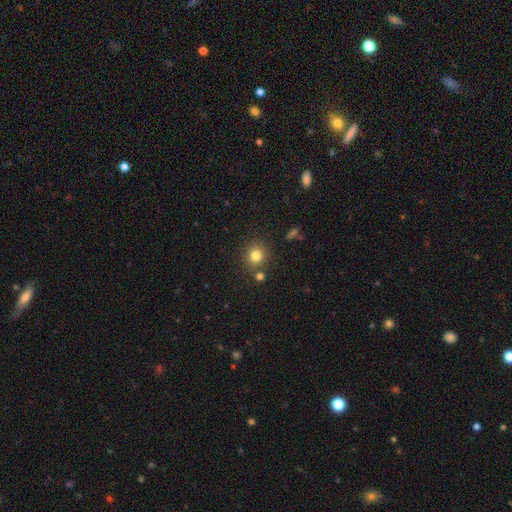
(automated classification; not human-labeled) Smooth or featured?
  - smooth: 81% *
  - star or artifact: 13%
  - featured or disk: 7%
How rounded?
  - round: 86% *
  - in between: 13%
  - cigar-shaped: 1%
Merging?
  - none: 80% *
  - minor disturbance: 9%
  - merger: 8%
  - major disturbance: 3%